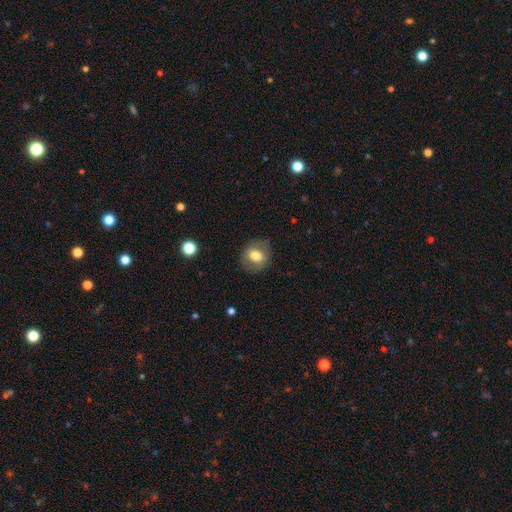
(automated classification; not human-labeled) This appears to be a smooth galaxy with no disk features (68%) that is round (64%). Merging: none (77%).